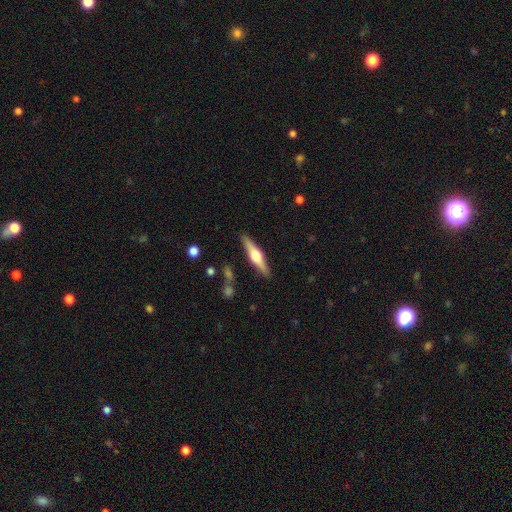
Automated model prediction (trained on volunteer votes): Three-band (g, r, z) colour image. It shows a featured or disk galaxy (69%) viewed edge-on (97%) with a rounded central bulge (94%). Merging: none (89%).